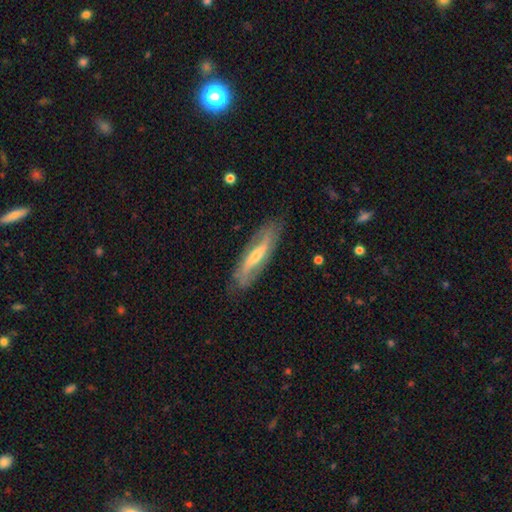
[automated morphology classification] A featured or disk galaxy (72%). Merging: none (80%).